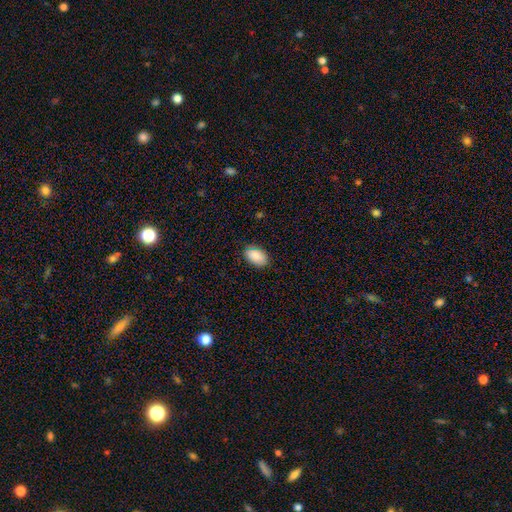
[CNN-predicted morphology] A smooth galaxy with no disk features (89%) that is in between round and cigar-shaped (93%).

Vote fractions:
- Smooth or featured? smooth: 89% / star or artifact: 6% / featured or disk: 5%
- How rounded? in between: 93% / round: 5% / cigar-shaped: 1%
- Merging? none: 85% / minor disturbance: 12% / major disturbance: 2% / merger: 1%